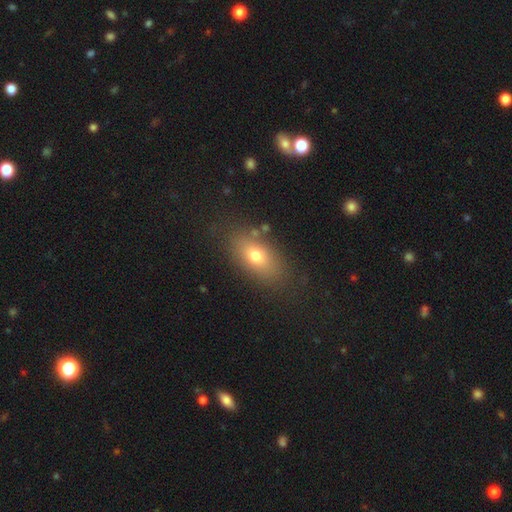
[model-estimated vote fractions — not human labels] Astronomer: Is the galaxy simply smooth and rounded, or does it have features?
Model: smooth — 71%.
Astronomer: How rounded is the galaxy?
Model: in between — 83%.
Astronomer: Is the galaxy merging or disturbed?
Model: none — 80%.